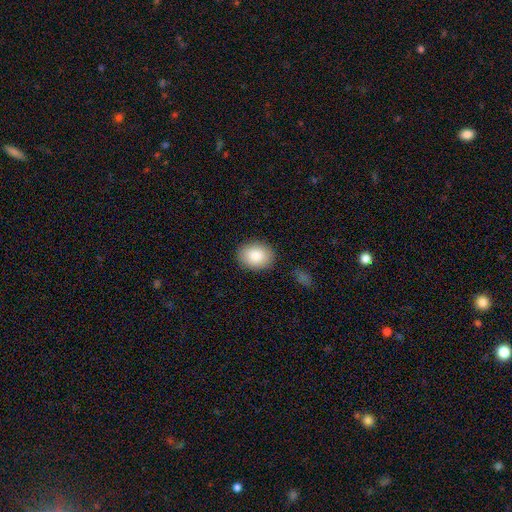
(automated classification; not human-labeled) Smooth or featured? smooth (87%)
How rounded? in between (67%)
Merging? none (87%)